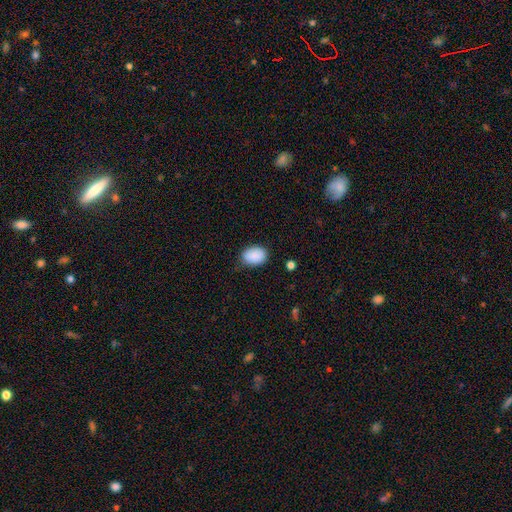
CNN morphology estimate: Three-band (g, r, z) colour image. It shows a smooth galaxy with no disk features (90%) that is in between round and cigar-shaped (80%). Merging: none (78%).